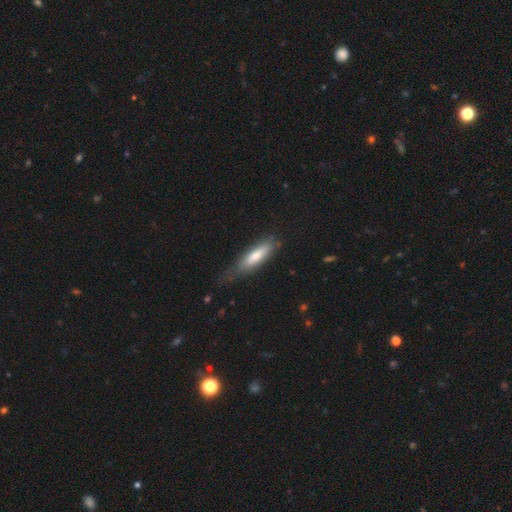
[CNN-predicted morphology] A smooth galaxy with no disk features (64%) that is cigar-shaped (66%). Merging: none (59%).